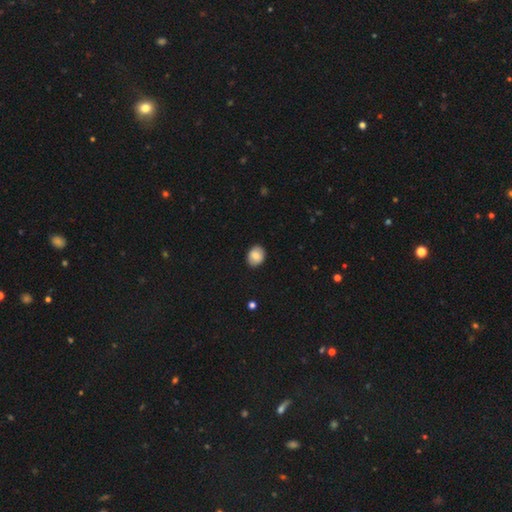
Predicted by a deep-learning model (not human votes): Smooth or featured? Predicted: smooth (p=0.80). How rounded? Predicted: round (p=0.51). Merging? Predicted: none (p=0.88).